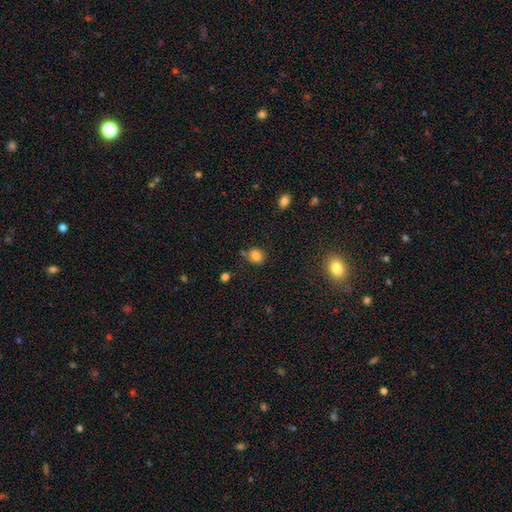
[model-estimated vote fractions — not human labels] This appears to be a smooth galaxy with no disk features (82%) that is round (71%). Merging: none (74%).